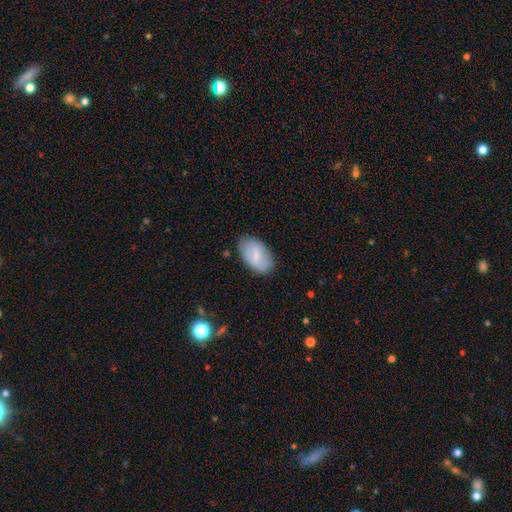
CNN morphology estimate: Smooth or featured? smooth (60%)
How rounded? in between (93%)
Merging? none (79%)